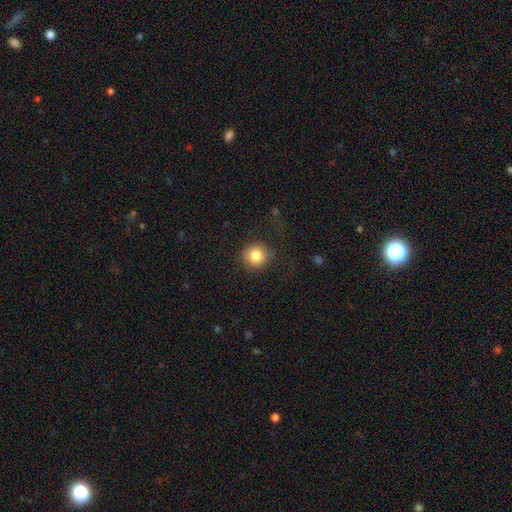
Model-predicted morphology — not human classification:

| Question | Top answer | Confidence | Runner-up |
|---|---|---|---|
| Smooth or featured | smooth | 82% | star or artifact (10%) |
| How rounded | round | 91% | in between (8%) |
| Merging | none | 81% | minor disturbance (12%) |